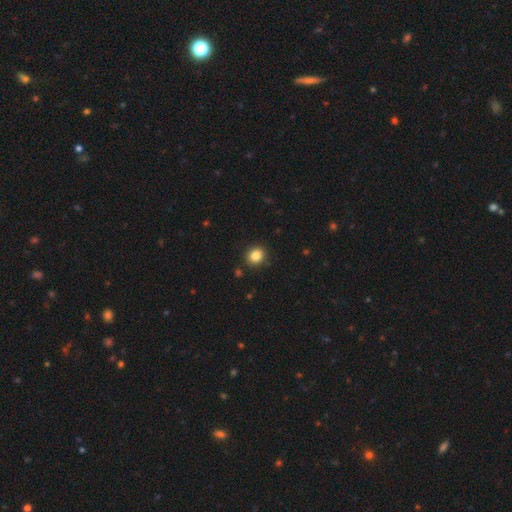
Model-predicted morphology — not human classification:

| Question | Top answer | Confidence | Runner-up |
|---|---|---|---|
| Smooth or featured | smooth | 85% | star or artifact (11%) |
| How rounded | round | 78% | in between (21%) |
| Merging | none | 89% | minor disturbance (7%) |